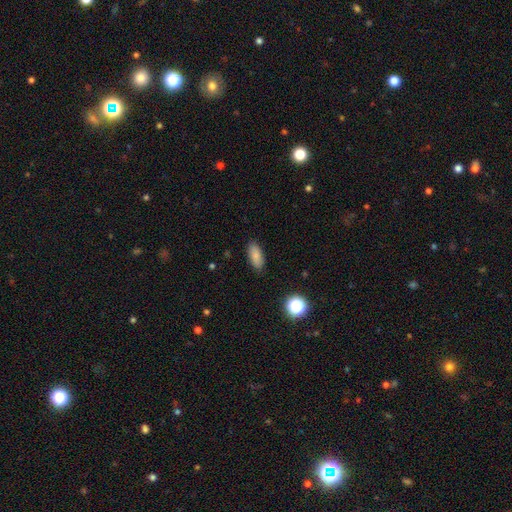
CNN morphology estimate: Smooth or featured? smooth (84%)
How rounded? in between (83%)
Merging? none (87%)